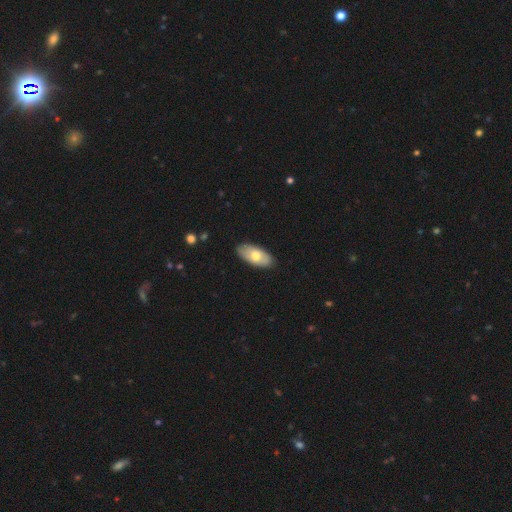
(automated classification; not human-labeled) Overall: smooth (67%; featured or disk 27%). How rounded: in between (92%). Merging: none (87%).